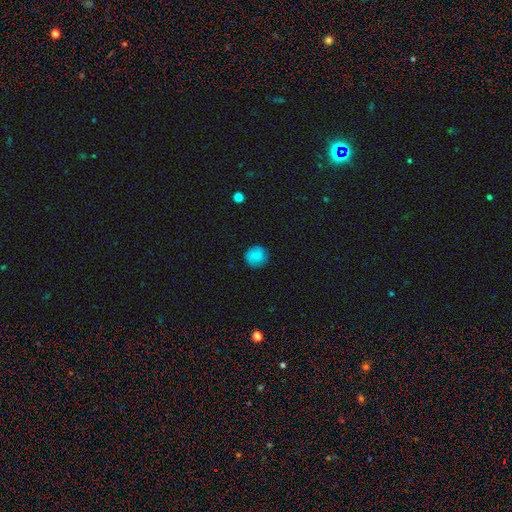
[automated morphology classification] smooth 84%, star or artifact 8%, featured or disk 7%. Down the decision tree: how rounded — round (92%); merging — none (88%).